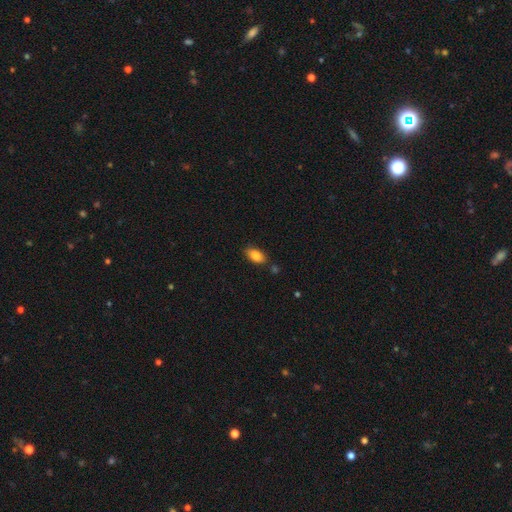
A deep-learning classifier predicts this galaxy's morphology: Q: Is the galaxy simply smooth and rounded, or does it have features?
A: smooth — 85%.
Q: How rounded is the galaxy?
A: in between — 91%.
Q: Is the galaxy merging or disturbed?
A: none — 78%.